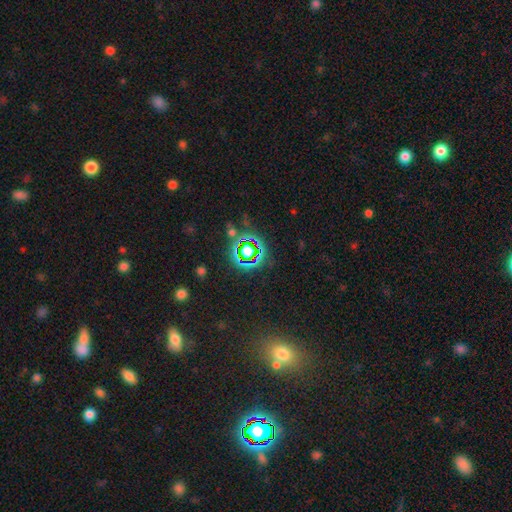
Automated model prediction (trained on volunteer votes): smooth-or-featured: star or artifact: 70% | smooth: 22% | featured or disk: 8%